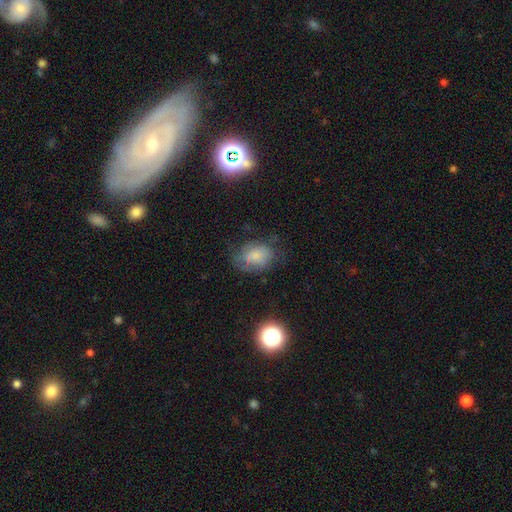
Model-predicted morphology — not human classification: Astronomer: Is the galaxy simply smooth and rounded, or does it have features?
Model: smooth — 67%.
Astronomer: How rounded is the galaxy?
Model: in between — 64%.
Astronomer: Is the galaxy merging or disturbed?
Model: none — 51% (runner-up: minor disturbance, 28%).